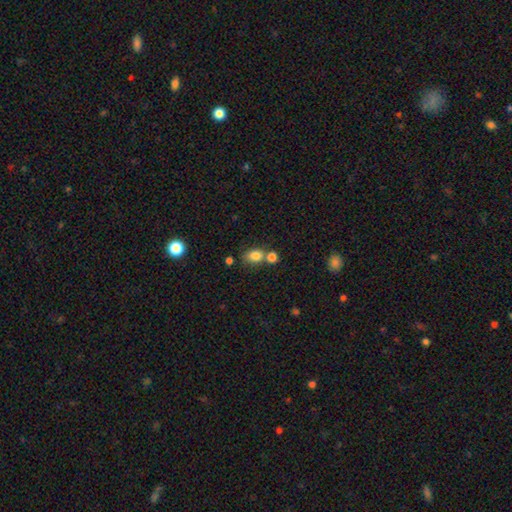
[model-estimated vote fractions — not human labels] Smooth or featured? Predicted: smooth (p=0.81). How rounded? Predicted: in between (p=0.66). Merging? Predicted: none (p=0.50).